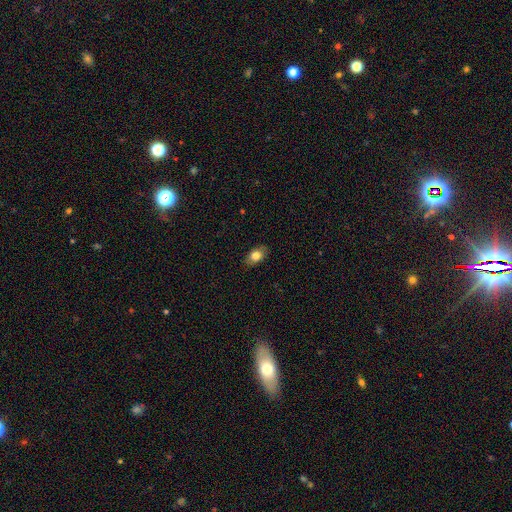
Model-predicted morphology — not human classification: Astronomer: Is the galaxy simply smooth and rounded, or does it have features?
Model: smooth — 80%.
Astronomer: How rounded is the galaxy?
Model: in between — 86%.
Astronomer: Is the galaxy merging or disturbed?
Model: none — 85%.